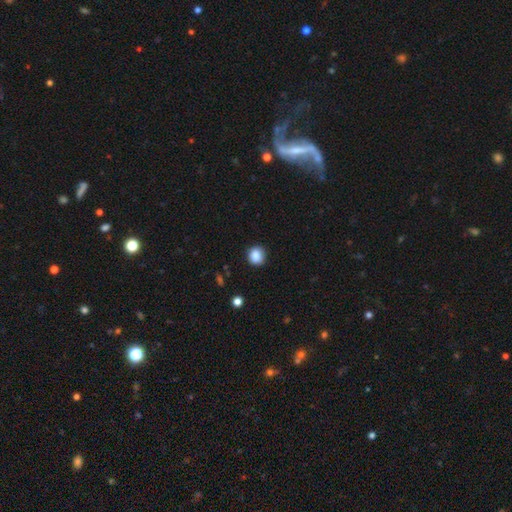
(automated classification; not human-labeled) smooth-or-featured: smooth: 87% | star or artifact: 10% | featured or disk: 4%
  how-rounded: round: 84% | in between: 15% | cigar-shaped: 1%
  merging: none: 87% | minor disturbance: 9% | major disturbance: 2% | merger: 1%